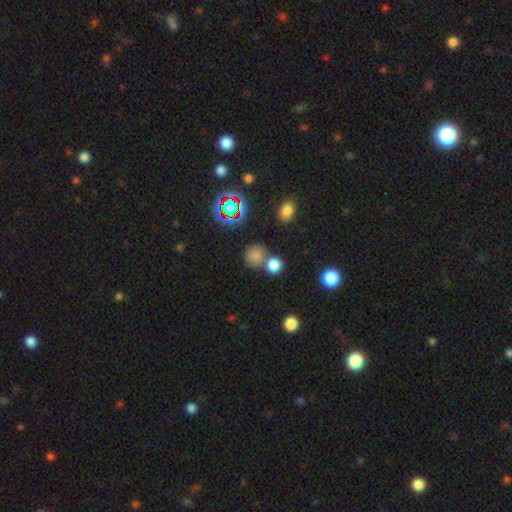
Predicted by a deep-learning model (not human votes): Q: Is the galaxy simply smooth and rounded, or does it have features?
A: smooth — 73%.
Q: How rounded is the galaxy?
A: round — 86%.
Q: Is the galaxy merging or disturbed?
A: none — 56%.